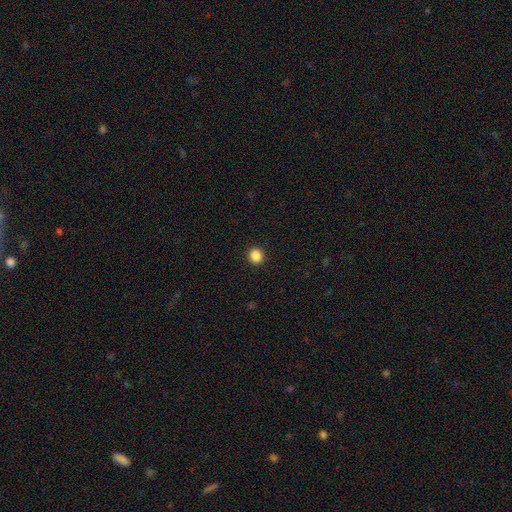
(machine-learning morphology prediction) Smooth or featured? smooth (86%)
How rounded? round (84%)
Merging? none (92%)